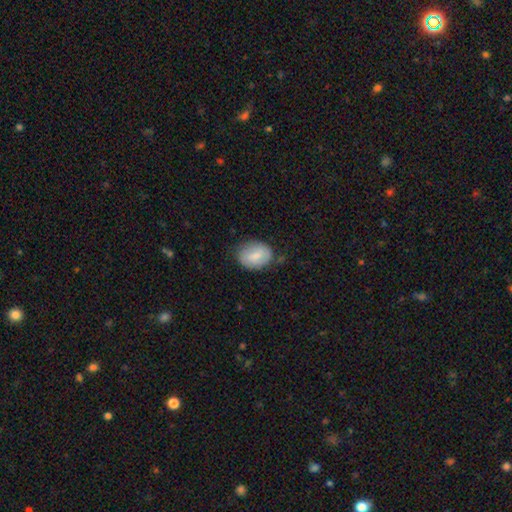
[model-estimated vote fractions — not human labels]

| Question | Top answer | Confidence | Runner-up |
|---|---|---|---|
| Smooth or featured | smooth | 71% | featured or disk (23%) |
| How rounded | in between | 71% | round (28%) |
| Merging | none | 68% | minor disturbance (24%) |